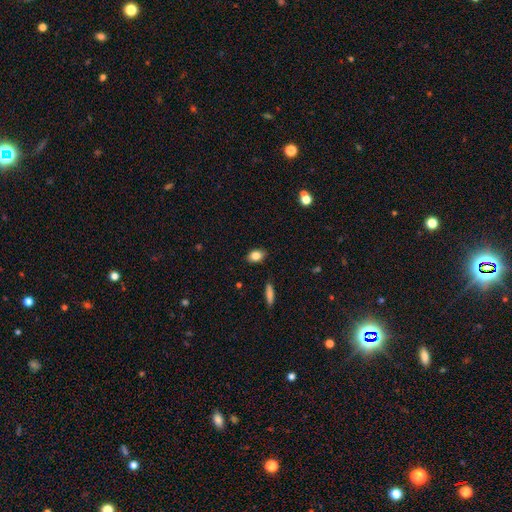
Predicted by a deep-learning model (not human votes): Morphology: type=smooth (85%); roundness=in between (80%); merging=none (86%).